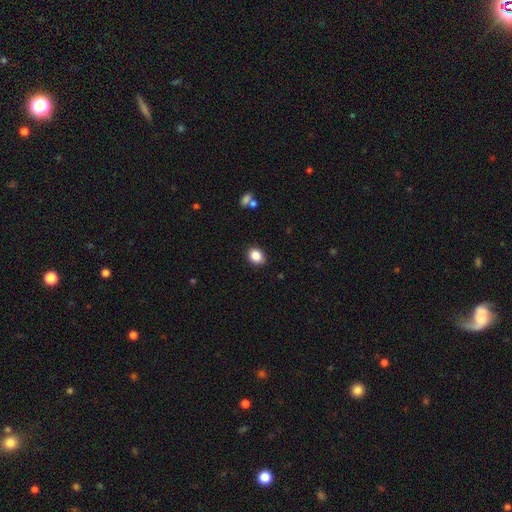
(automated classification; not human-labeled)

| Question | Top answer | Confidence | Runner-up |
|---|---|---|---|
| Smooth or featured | smooth | 86% | star or artifact (9%) |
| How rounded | in between | 51% | round (48%) |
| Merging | none | 87% | minor disturbance (10%) |